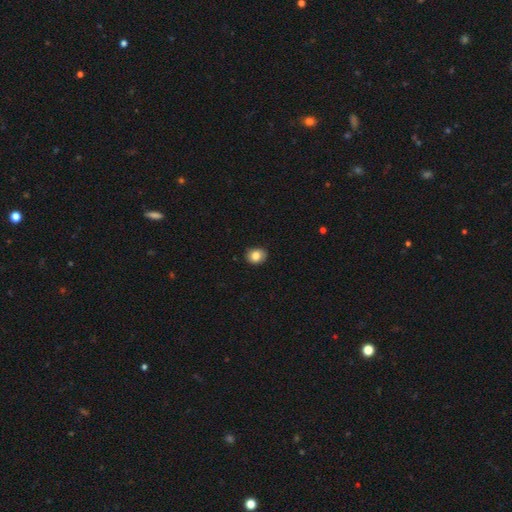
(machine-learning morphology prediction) smooth_or_featured: smooth (p=0.84) [alt: star or artifact p=0.09]
how_rounded: round (p=0.60) [alt: in between p=0.39]
merging: none (p=0.86) [alt: minor disturbance p=0.11]